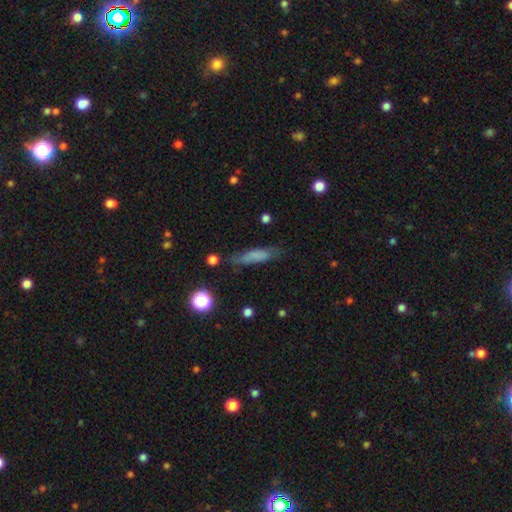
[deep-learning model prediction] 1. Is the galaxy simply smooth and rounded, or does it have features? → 70% smooth, 20% featured or disk, 10% star or artifact.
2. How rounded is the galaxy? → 68% cigar-shaped, 30% in between, 3% round.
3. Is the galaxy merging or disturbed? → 71% none, 21% minor disturbance, 6% major disturbance, 2% merger.